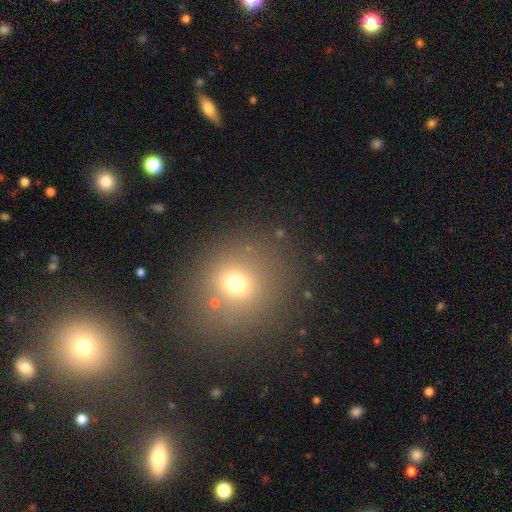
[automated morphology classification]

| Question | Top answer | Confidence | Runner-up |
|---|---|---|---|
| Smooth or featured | smooth | 61% | star or artifact (28%) |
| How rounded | round | 83% | in between (16%) |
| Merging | none | 75% | merger (11%) |